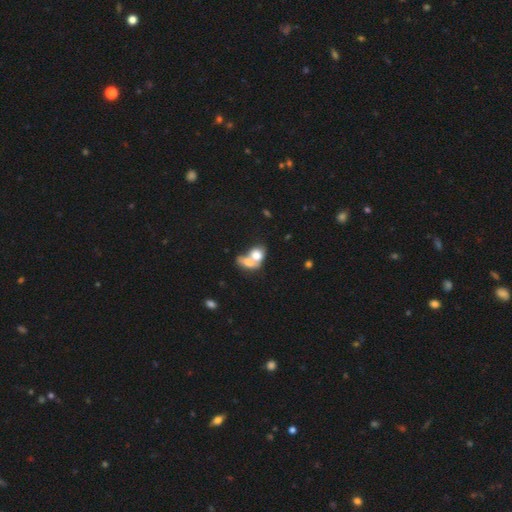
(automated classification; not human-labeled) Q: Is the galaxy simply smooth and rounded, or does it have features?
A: smooth — 69%.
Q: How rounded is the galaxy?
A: in between — 64%.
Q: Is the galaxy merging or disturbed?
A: merger — 75%.